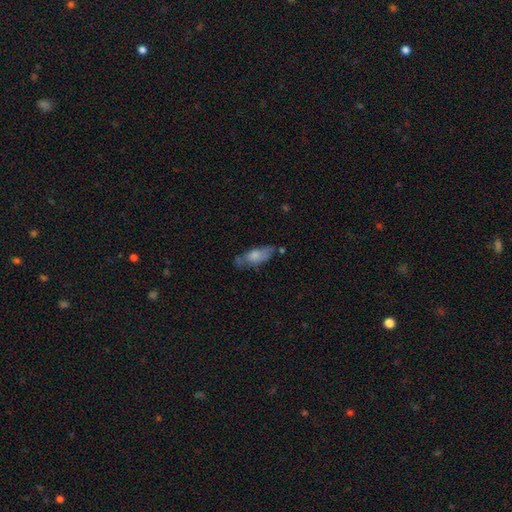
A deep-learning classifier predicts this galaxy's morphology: A smooth galaxy with no disk features (66%) that is in between round and cigar-shaped (71%). Merging: none (49%).